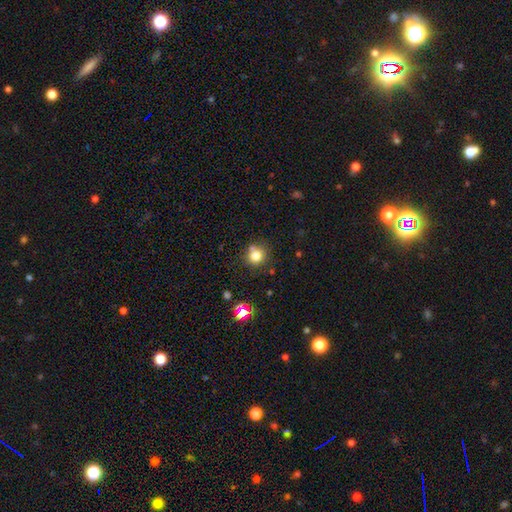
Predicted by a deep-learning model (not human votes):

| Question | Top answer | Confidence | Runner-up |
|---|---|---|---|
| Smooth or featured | smooth | 78% | star or artifact (14%) |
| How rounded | round | 89% | in between (10%) |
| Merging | none | 71% | merger (13%) |